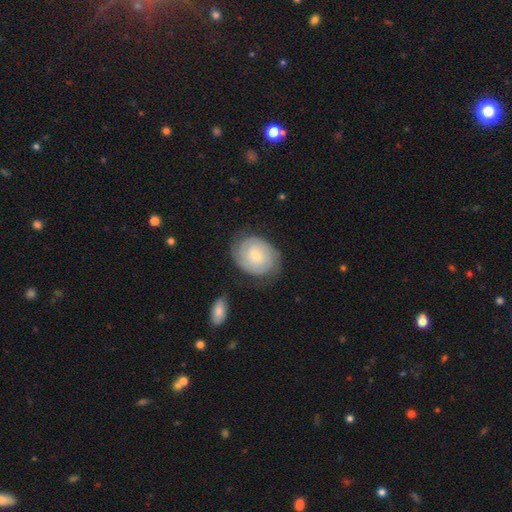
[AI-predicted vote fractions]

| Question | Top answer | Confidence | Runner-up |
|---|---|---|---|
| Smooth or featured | featured or disk | 68% | smooth (26%) |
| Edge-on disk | no | 97% | yes (3%) |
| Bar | no | 62% | weak (33%) |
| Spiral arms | yes | 93% | no (7%) |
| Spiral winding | tight | 74% | medium (21%) |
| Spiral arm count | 2 | 53% | can't tell (27%) |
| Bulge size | small | 66% | moderate (29%) |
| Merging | none | 75% | minor disturbance (17%) |